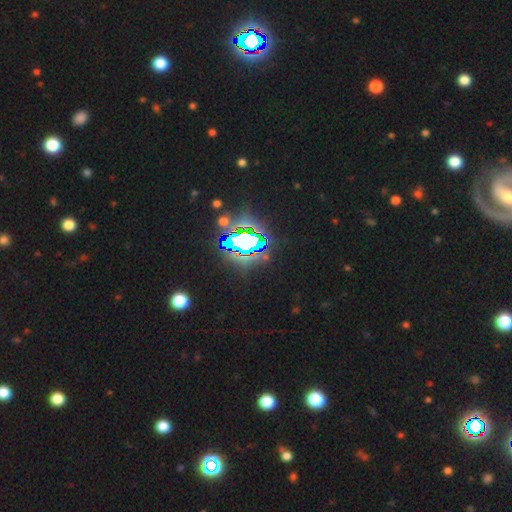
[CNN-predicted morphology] A star or artifact, not a galaxy (72%).